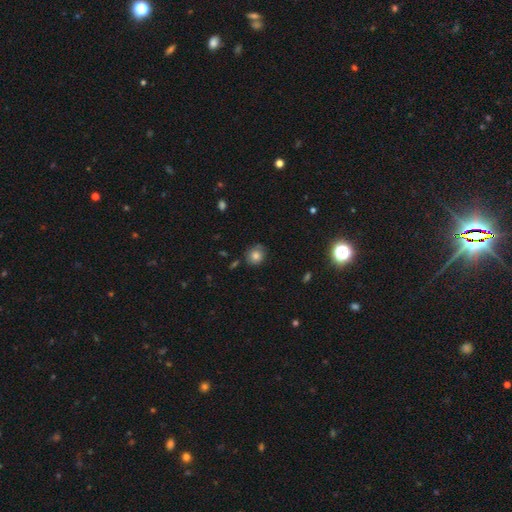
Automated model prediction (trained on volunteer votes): smooth_or_featured: smooth (p=0.78) [alt: star or artifact p=0.12]
how_rounded: round (p=0.86) [alt: in between p=0.13]
merging: none (p=0.76) [alt: minor disturbance p=0.17]